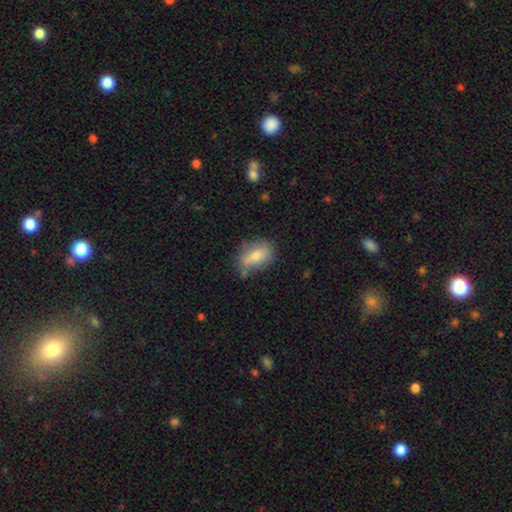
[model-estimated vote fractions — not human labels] smooth 70%, featured or disk 21%, star or artifact 9%. Down the decision tree: how rounded — in between (76%); merging — none (57%).